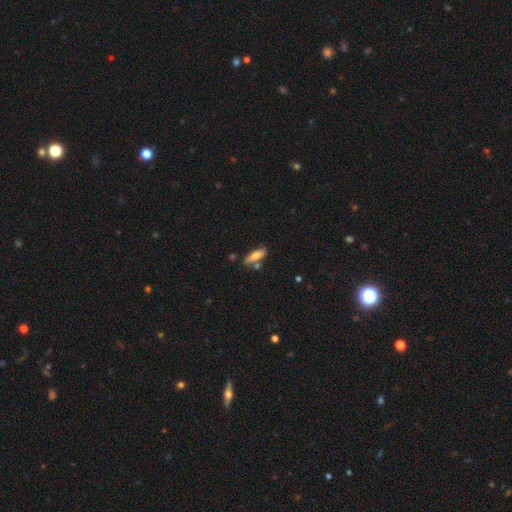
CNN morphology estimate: Overall: smooth (70%). How rounded: cigar-shaped (53%; in between 45%). Merging: none (66%).